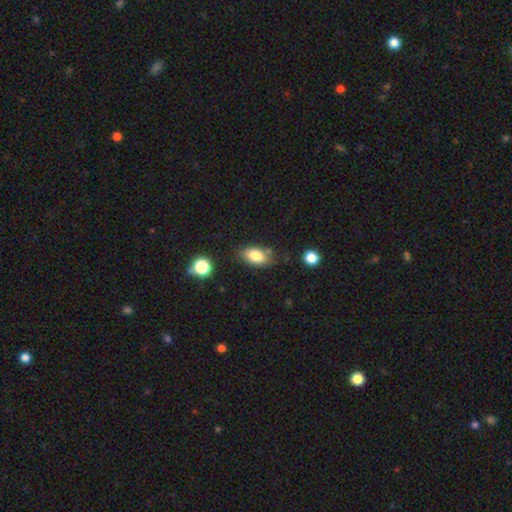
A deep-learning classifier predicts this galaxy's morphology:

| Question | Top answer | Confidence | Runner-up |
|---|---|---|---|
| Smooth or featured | smooth | 81% | featured or disk (11%) |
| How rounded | in between | 88% | round (8%) |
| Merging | none | 74% | minor disturbance (17%) |